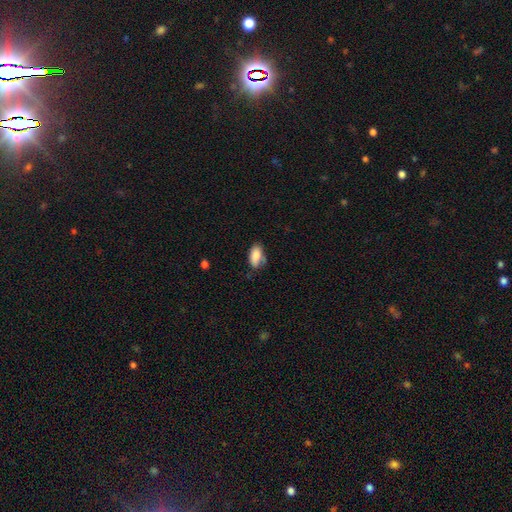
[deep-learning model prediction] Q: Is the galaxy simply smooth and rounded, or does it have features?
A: smooth — 83%.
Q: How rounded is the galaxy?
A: in between — 91%.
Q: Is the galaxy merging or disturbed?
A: none — 55%.